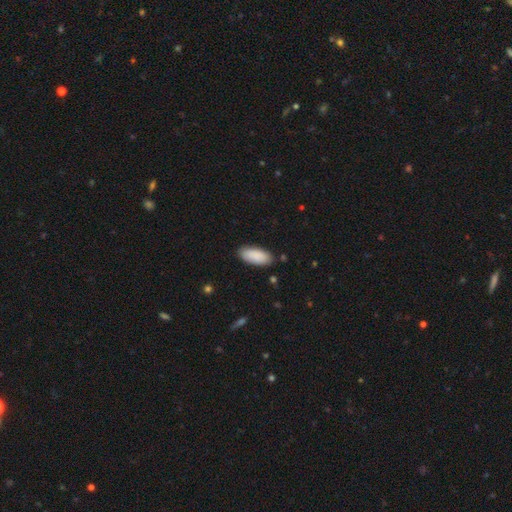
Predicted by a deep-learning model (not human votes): Morphology: type=smooth (90%); roundness=in between (86%); merging=none (86%).